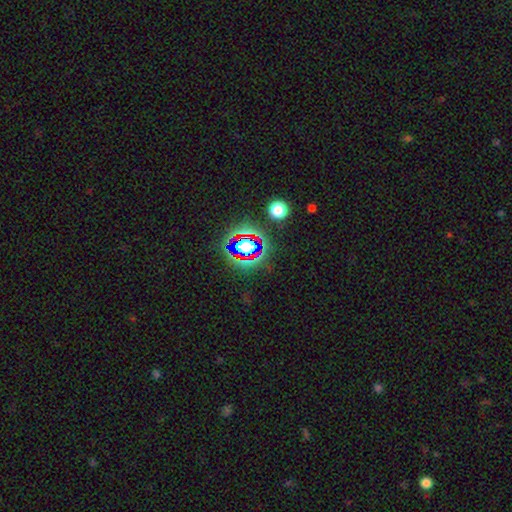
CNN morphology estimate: smooth_or_featured: star or artifact (p=0.71) [alt: smooth p=0.18]